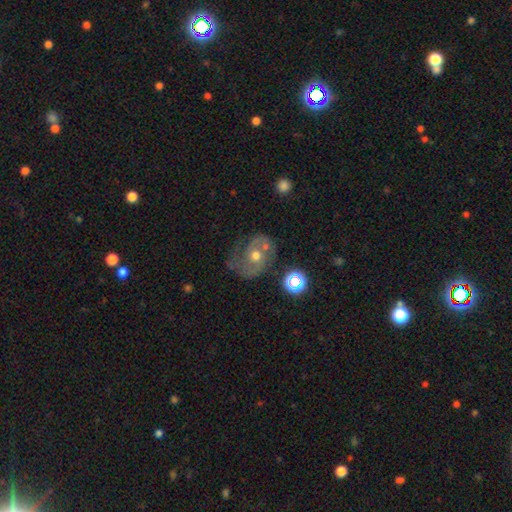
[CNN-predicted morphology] This appears to be a featured or disk galaxy (66%) with no bar (76%), 2 (59%) medium (44%) spiral arms (79%) and a moderate central bulge (73%). Merging: none (43%).